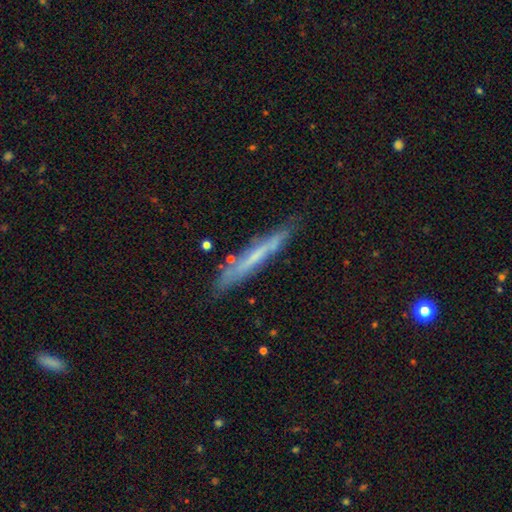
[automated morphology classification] A featured or disk galaxy (51%) viewed edge-on (88%).

Vote fractions:
- Smooth or featured? featured or disk: 51% / smooth: 42% / star or artifact: 7%
- Edge-on disk? yes: 88% / no: 12%
- Merging? none: 80% / minor disturbance: 14% / major disturbance: 3% / merger: 3%